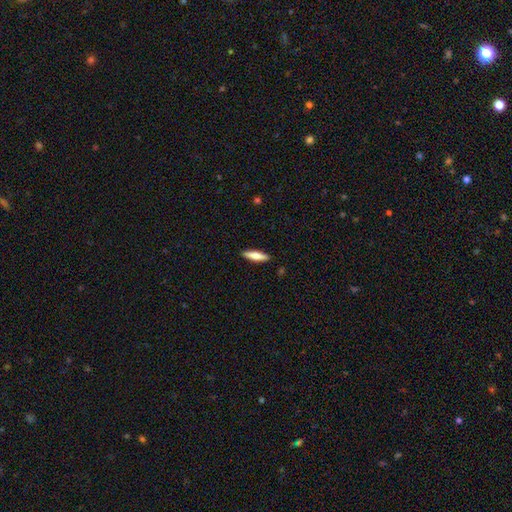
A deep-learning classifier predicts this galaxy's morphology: smooth-or-featured: smooth: 74% | featured or disk: 21% | star or artifact: 6%
  how-rounded: cigar-shaped: 70% | in between: 29% | round: 2%
  merging: none: 90% | minor disturbance: 8% | major disturbance: 2% | merger: 1%